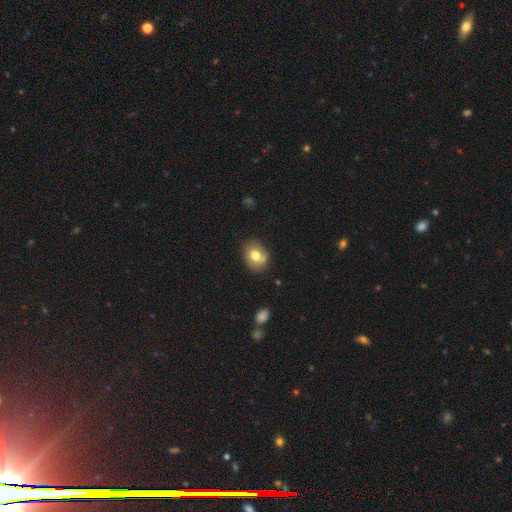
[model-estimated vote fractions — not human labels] A smooth galaxy with no disk features (75%) that is round (53%). Merging: none (72%).